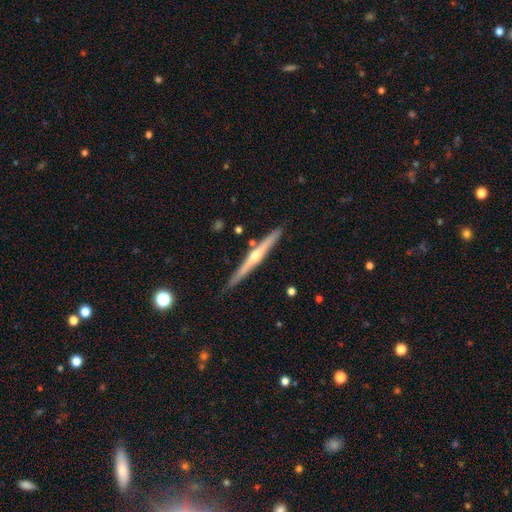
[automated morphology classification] smooth-or-featured: featured or disk: 76% | smooth: 18% | star or artifact: 6%
  disk-edge-on: yes: 98% | no: 2%
    edge-on-bulge: rounded: 88% | none: 10% | boxy: 2%
  merging: none: 87% | minor disturbance: 9% | merger: 2% | major disturbance: 2%